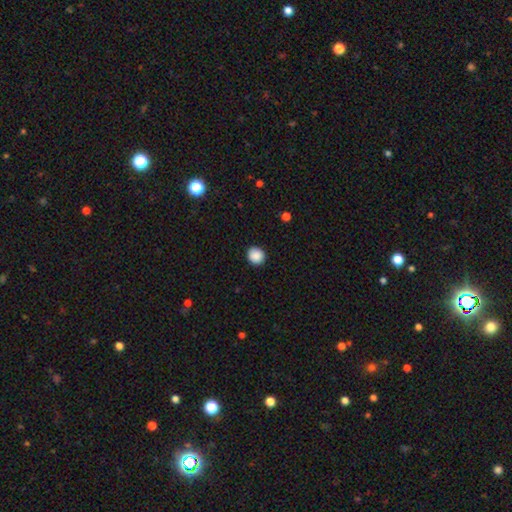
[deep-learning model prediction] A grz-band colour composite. It shows a smooth galaxy with no disk features (89%) that is round (88%). Merging: none (90%).